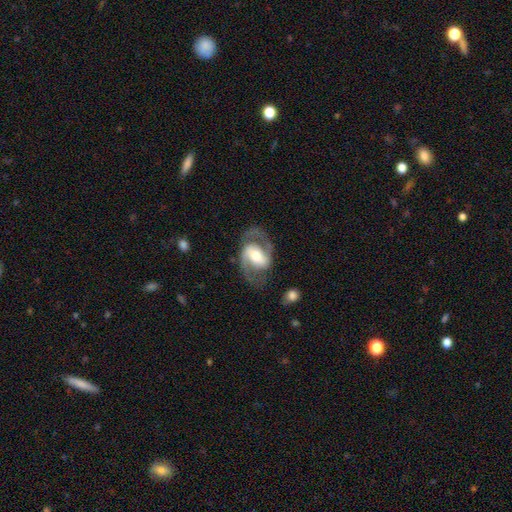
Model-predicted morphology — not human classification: Smooth or featured? Predicted: featured or disk (p=0.83). Edge-on disk? Predicted: no (p=0.97). Bar? Predicted: strong (p=0.39). Spiral arms? Predicted: yes (p=0.91). Spiral winding? Predicted: medium (p=0.57). Spiral arm count? Predicted: 2 (p=0.91). Bulge size? Predicted: moderate (p=0.59). Merging? Predicted: none (p=0.73).